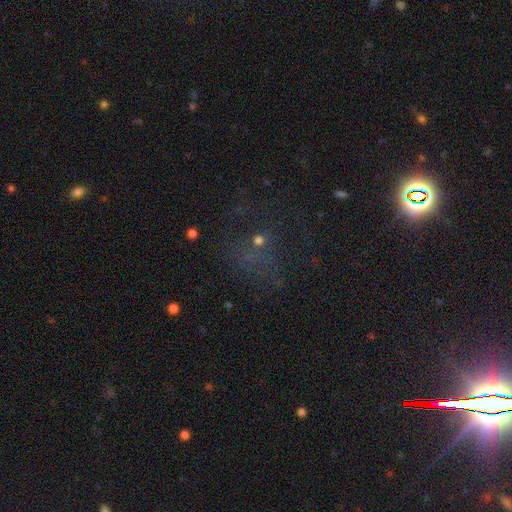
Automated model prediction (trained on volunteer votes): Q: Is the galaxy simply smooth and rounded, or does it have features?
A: star or artifact — 60%.